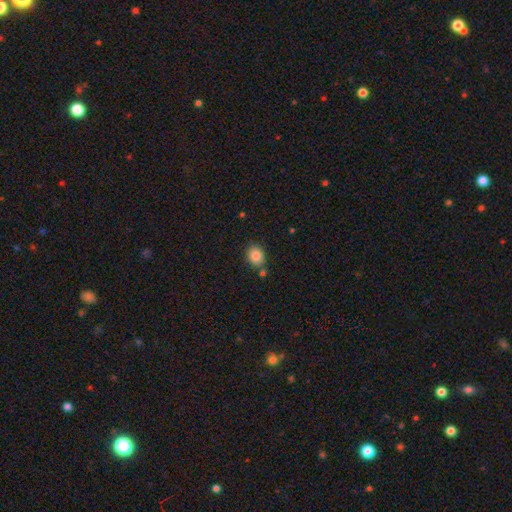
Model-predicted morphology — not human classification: Smooth or featured: smooth — 86% (star or artifact — 9%)
How rounded: round — 52% (in between — 47%)
Merging: none — 77% (minor disturbance — 12%)